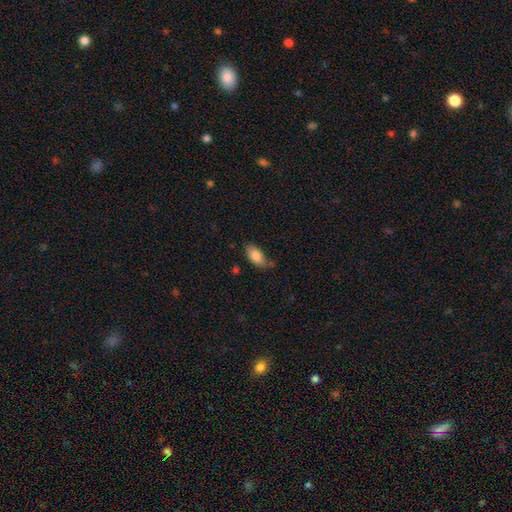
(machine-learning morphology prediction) Smooth or featured? smooth (85%)
How rounded? in between (91%)
Merging? none (66%)